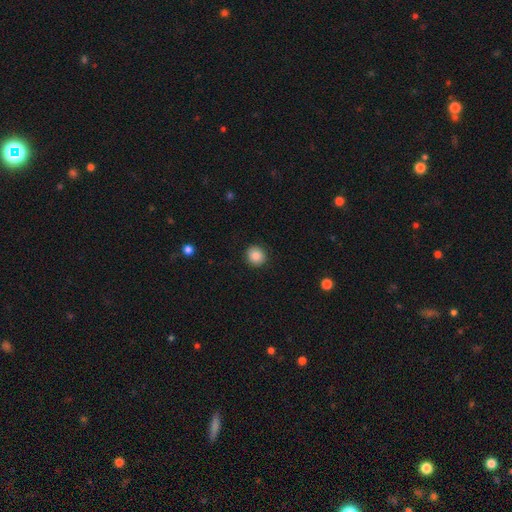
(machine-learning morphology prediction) A smooth galaxy with no disk features (87%) that is round (84%). Merging: none (91%).